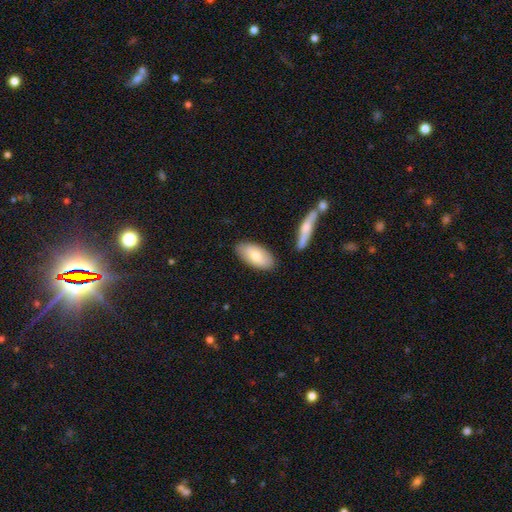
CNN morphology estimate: A smooth galaxy with no disk features (74%) that is in between round and cigar-shaped (92%).

Vote fractions:
- Smooth or featured? smooth: 74% / featured or disk: 20% / star or artifact: 6%
- How rounded? in between: 92% / cigar-shaped: 6% / round: 2%
- Merging? none: 80% / minor disturbance: 13% / merger: 5% / major disturbance: 3%